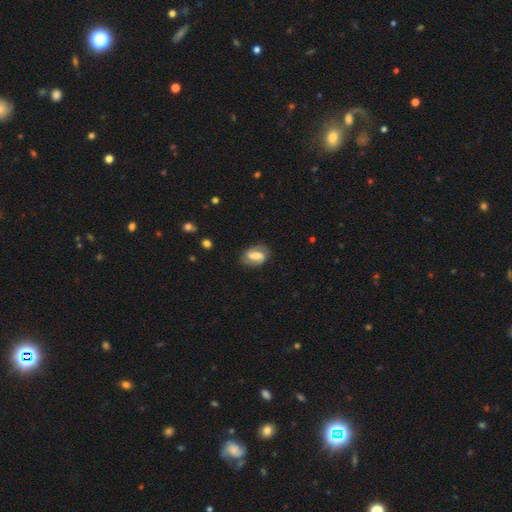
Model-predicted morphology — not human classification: Overall: featured or disk (55%; smooth 37%). Edge-on disk: no (95%). Bar: strong (46%; weak 38%). Spiral arms: yes (79%). Bulge size: moderate (40%; small 25%). Merging: none (77%).